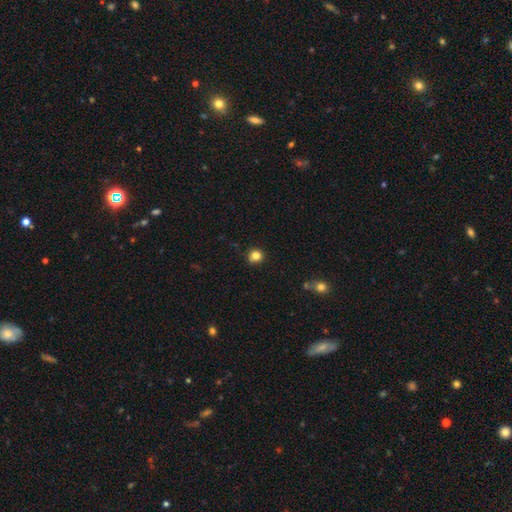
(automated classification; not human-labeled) Morphology: type=smooth (82%); roundness=round (90%); merging=none (86%).